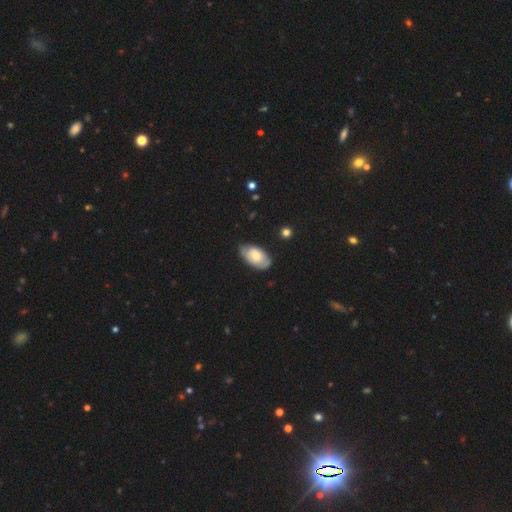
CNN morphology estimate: Smooth or featured? smooth (60%)
How rounded? in between (94%)
Merging? none (67%)